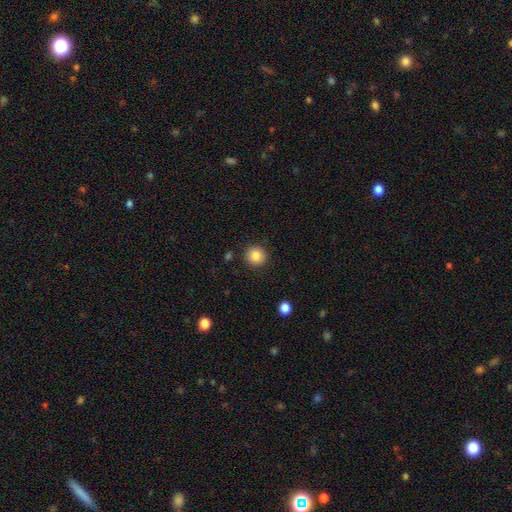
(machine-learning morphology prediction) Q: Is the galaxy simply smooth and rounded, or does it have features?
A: smooth — 85%.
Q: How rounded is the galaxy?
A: round — 92%.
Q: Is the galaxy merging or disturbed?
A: none — 90%.